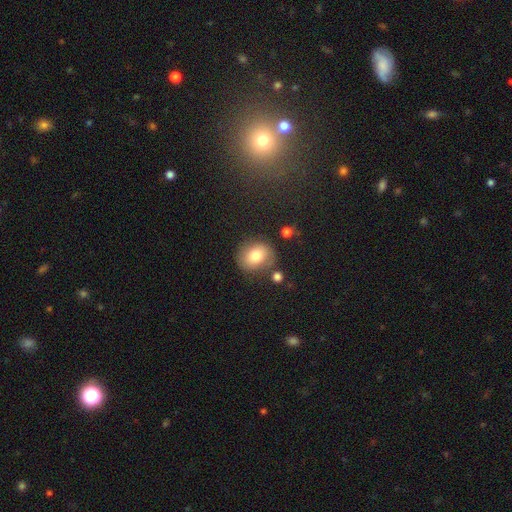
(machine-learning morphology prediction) Smooth or featured: smooth — 77% (featured or disk — 13%)
How rounded: round — 63% (in between — 36%)
Merging: none — 73% (minor disturbance — 16%)